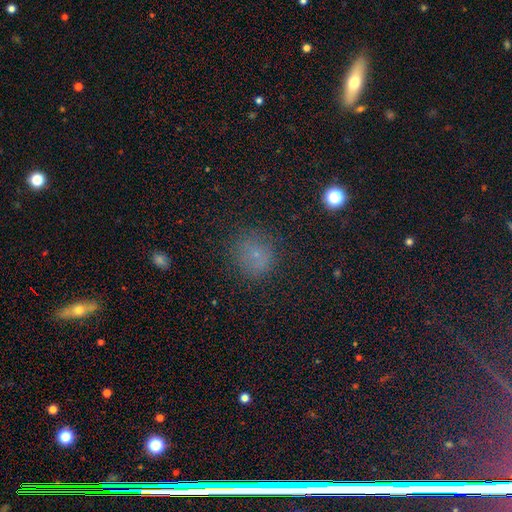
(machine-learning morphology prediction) type=smooth (66%); roundness=round (88%); merging=none (80%).